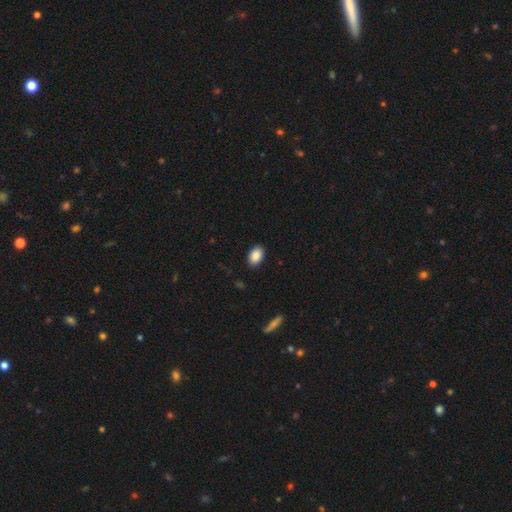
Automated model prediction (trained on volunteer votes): Smooth or featured: smooth — 89% (star or artifact — 7%)
How rounded: in between — 87% (round — 12%)
Merging: none — 89% (minor disturbance — 8%)